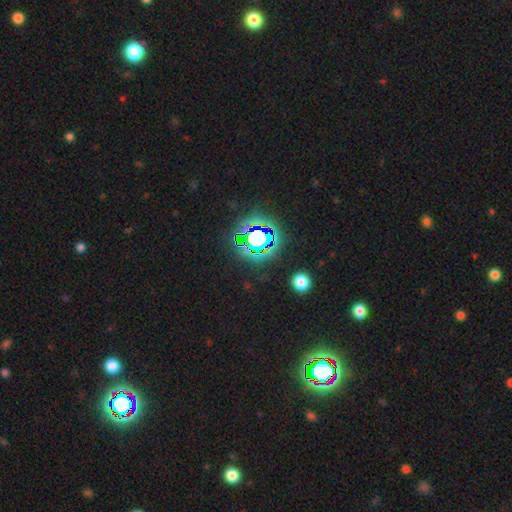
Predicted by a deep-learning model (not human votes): Overall: star or artifact (83%).